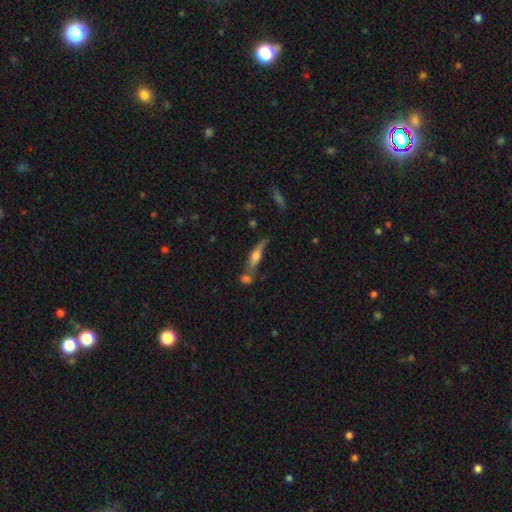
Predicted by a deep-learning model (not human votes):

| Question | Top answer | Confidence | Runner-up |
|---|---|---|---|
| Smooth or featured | smooth | 47% | featured or disk (45%) |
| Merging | none | 49% | merger (23%) |